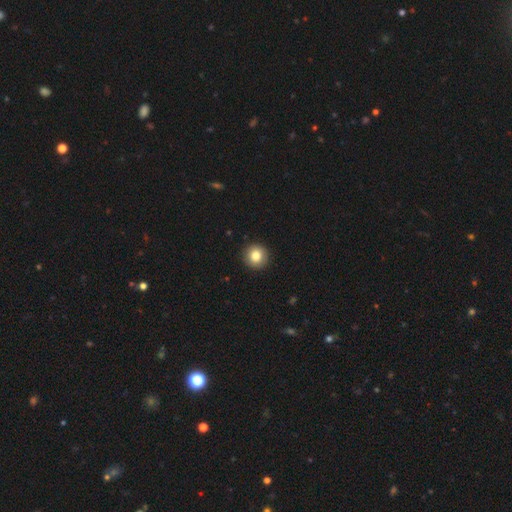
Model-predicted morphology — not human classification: Smooth or featured: smooth — 82% (star or artifact — 9%)
How rounded: round — 95% (in between — 4%)
Merging: none — 92% (minor disturbance — 5%)